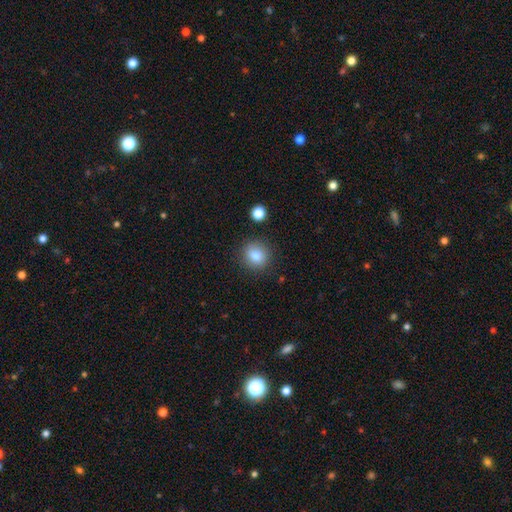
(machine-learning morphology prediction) This appears to be a smooth galaxy with no disk features (82%) that is round (86%). Merging: none (86%).